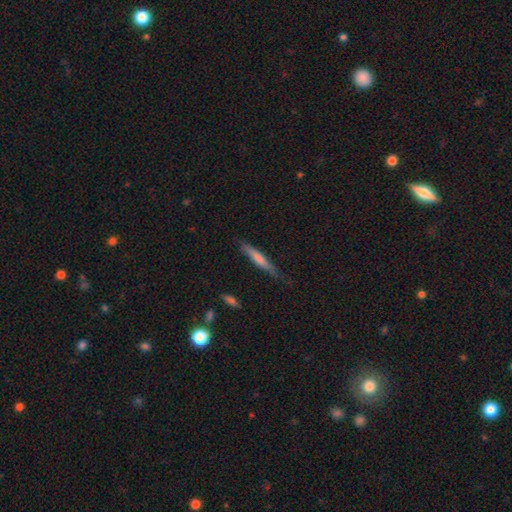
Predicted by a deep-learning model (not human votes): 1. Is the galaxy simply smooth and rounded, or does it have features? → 57% featured or disk, 33% smooth, 11% star or artifact.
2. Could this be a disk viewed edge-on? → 94% yes, 6% no.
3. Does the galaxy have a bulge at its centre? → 62% rounded, 28% none, 11% boxy.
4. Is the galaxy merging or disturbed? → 84% none, 12% minor disturbance, 3% major disturbance, 2% merger.